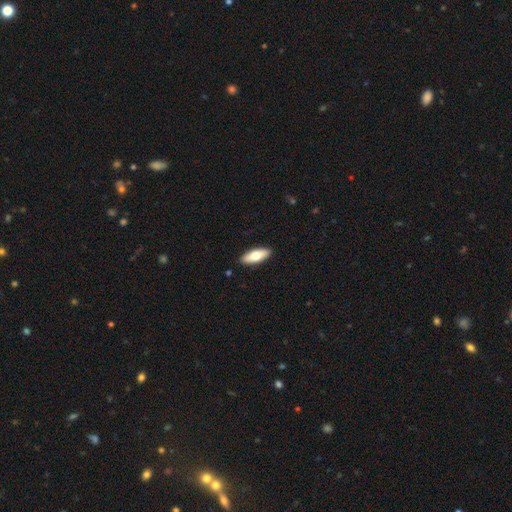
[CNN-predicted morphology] Smooth or featured? Predicted: smooth (p=0.71). How rounded? Predicted: in between (p=0.71). Merging? Predicted: none (p=0.90).